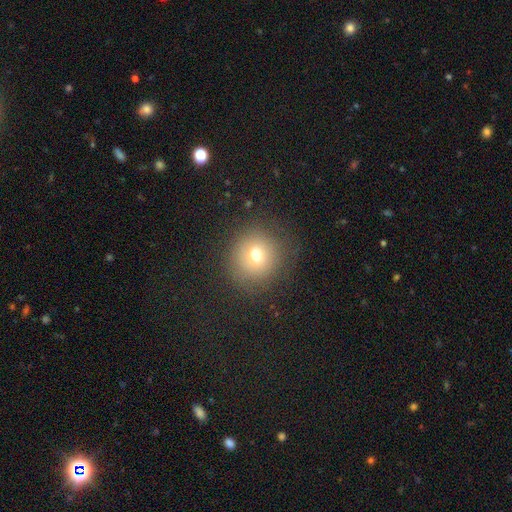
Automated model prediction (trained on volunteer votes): Smooth or featured?
  - smooth: 70% *
  - star or artifact: 16%
  - featured or disk: 14%
How rounded?
  - round: 91% *
  - in between: 8%
  - cigar-shaped: 1%
Merging?
  - none: 83% *
  - minor disturbance: 10%
  - major disturbance: 6%
  - merger: 1%